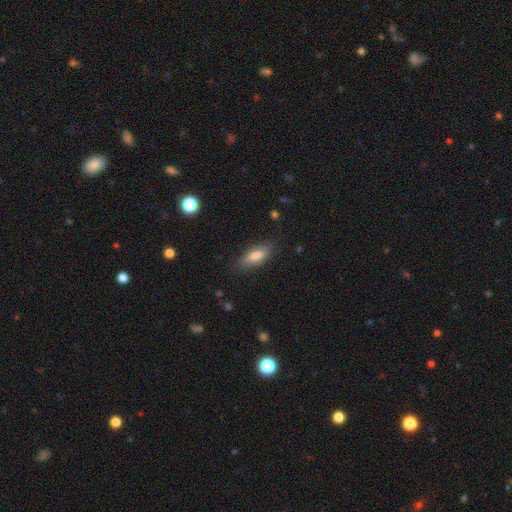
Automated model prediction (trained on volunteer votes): smooth 78%, featured or disk 15%, star or artifact 7%. Down the decision tree: how rounded — in between (65%); merging — none (83%).